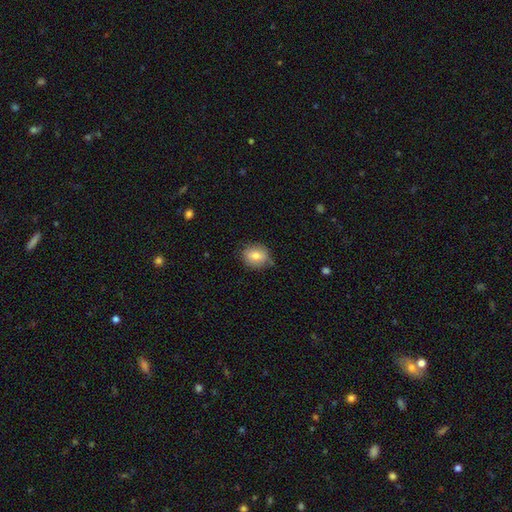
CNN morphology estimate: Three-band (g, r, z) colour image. It shows a smooth galaxy with no disk features (76%) that is round (65%). Merging: none (76%).